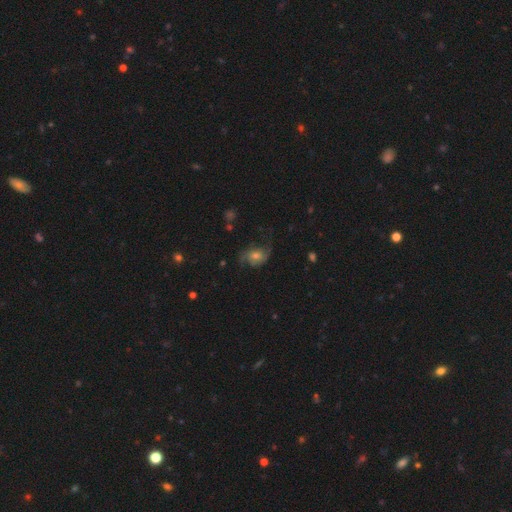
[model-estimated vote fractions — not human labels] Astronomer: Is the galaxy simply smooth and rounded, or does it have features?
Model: featured or disk — 68%.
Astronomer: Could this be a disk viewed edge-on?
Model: no — 97%.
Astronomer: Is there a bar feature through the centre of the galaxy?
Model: no — 65%.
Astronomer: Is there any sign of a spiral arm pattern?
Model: yes — 91%.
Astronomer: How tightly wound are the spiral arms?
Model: loose — 53% (runner-up: medium, 36%).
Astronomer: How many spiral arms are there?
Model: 2 — 78%.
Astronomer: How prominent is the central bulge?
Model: moderate — 54% (runner-up: small, 35%).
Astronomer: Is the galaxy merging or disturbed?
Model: none — 58%.